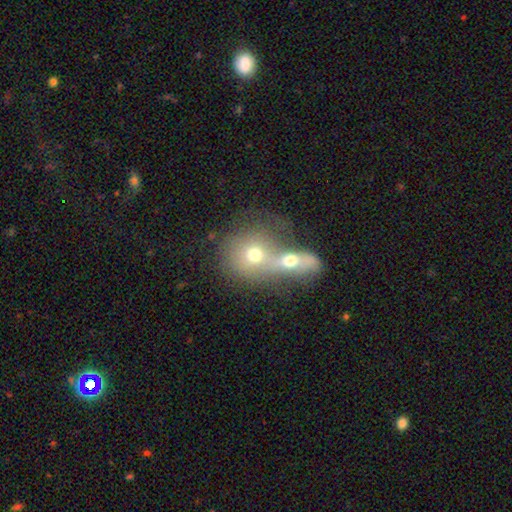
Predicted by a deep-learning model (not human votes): smooth-or-featured: smooth: 60% | featured or disk: 29% | star or artifact: 11%
  how-rounded: round: 72% | in between: 26% | cigar-shaped: 2%
  merging: merger: 76% | none: 14% | major disturbance: 6% | minor disturbance: 5%